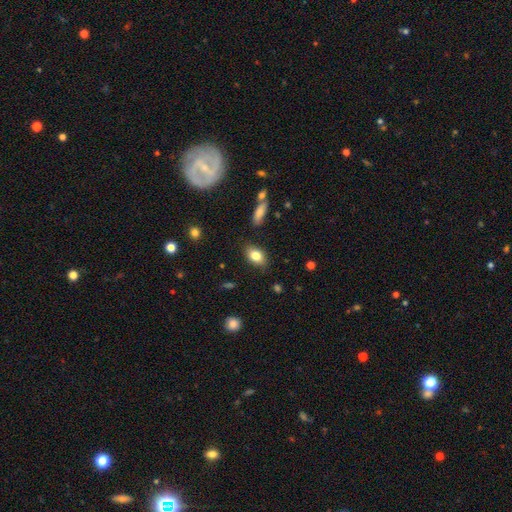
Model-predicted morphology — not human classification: Overall: smooth (81%). How rounded: in between (86%). Merging: none (84%).